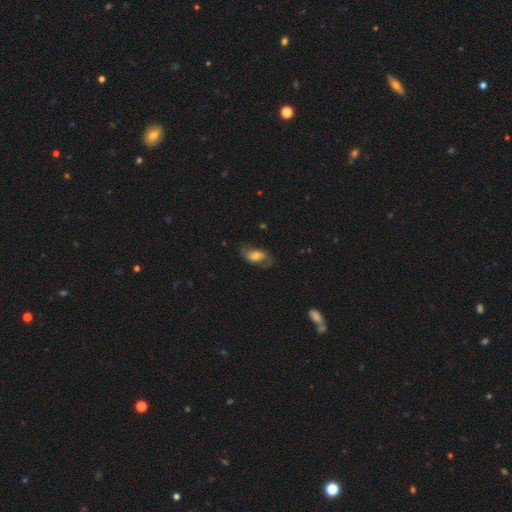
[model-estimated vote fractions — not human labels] This is possibly a featured or disk galaxy (50%). It is clearly not viewed edge-on (93%). Merging: likely none (62%).